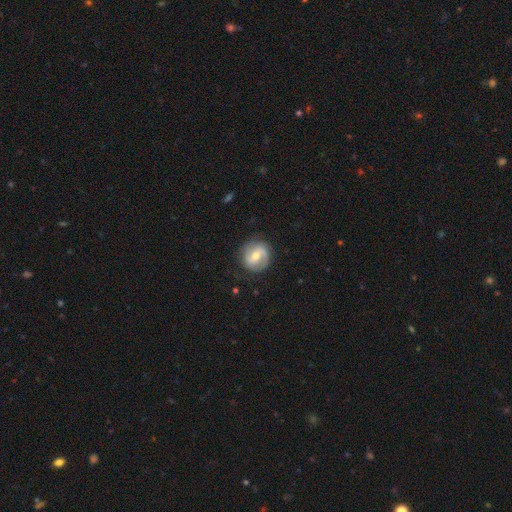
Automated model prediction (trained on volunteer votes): Smooth or featured? Predicted: featured or disk (p=0.67). Edge-on disk? Predicted: no (p=0.97). Bar? Predicted: weak (p=0.49). Spiral arms? Predicted: yes (p=0.87). Spiral winding? Predicted: medium (p=0.43). Spiral arm count? Predicted: 2 (p=0.80). Bulge size? Predicted: moderate (p=0.57). Merging? Predicted: none (p=0.81).